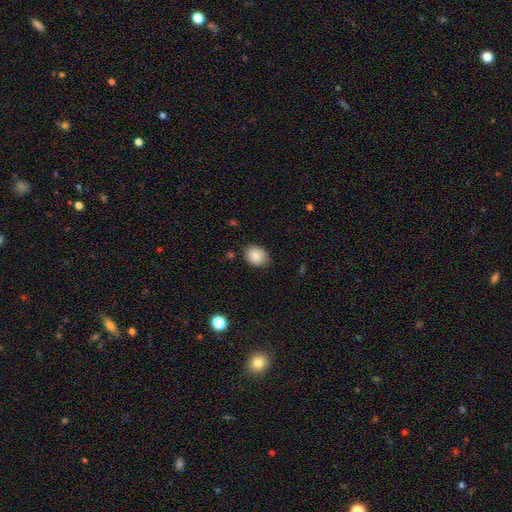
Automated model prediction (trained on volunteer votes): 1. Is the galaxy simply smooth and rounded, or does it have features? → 84% smooth, 8% star or artifact, 8% featured or disk.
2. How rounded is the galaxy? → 51% in between, 48% round, 1% cigar-shaped.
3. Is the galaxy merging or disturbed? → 81% none, 15% minor disturbance, 3% major disturbance, 1% merger.